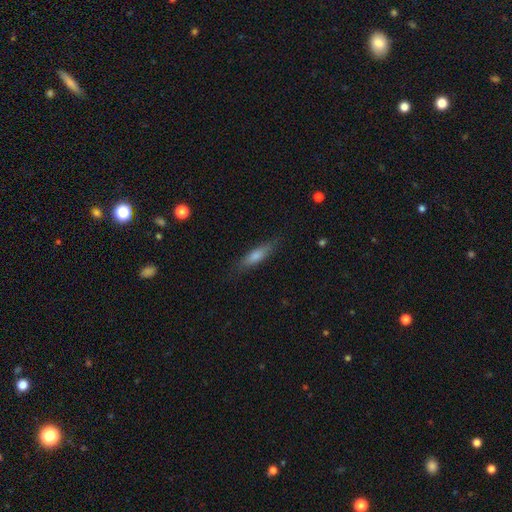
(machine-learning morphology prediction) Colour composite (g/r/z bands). It shows a smooth galaxy with no disk features (61%) that is cigar-shaped (74%). Merging: none (83%).